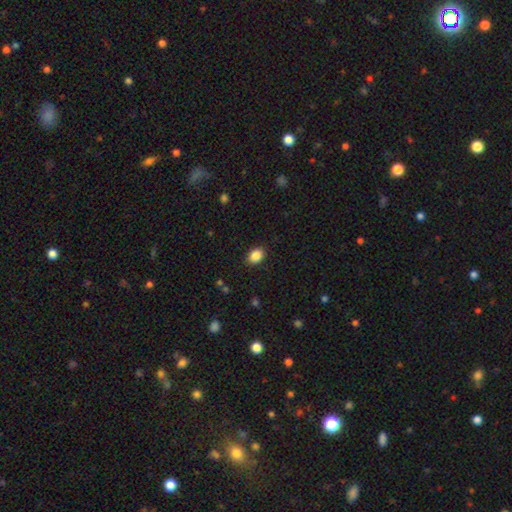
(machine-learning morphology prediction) type=smooth (87%); roundness=in between (71%); merging=none (88%).